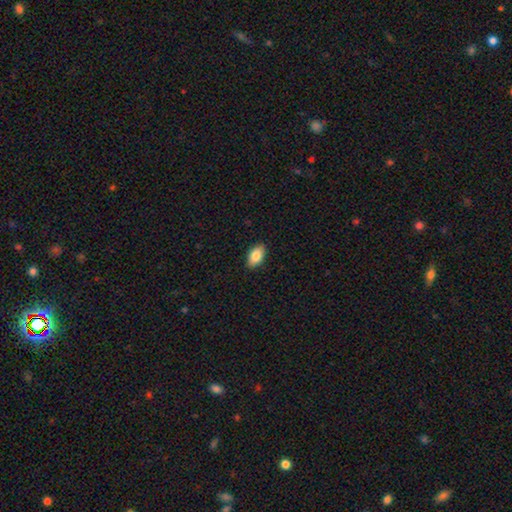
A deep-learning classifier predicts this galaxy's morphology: A smooth galaxy with no disk features (83%) that is in between round and cigar-shaped (92%). Merging: none (89%).